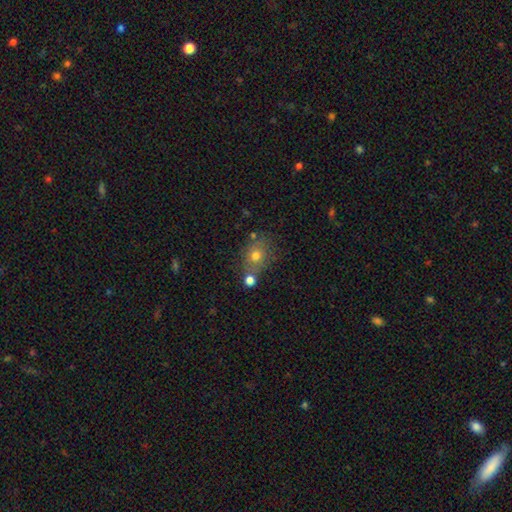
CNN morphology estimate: smooth 70%, featured or disk 17%, star or artifact 13%. Down the decision tree: how rounded — round (53%); merging — none (61%).